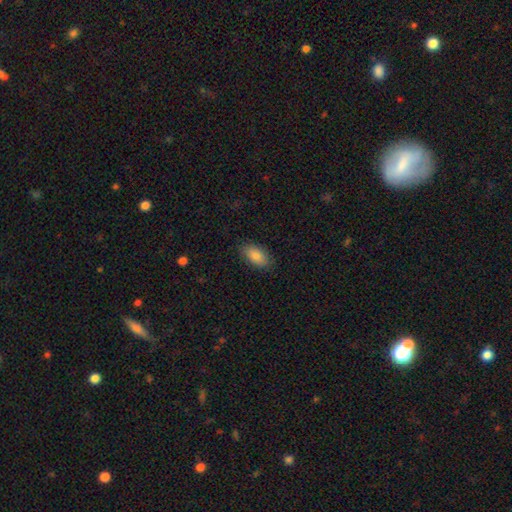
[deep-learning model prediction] Smooth or featured? smooth (83%)
How rounded? in between (92%)
Merging? none (85%)